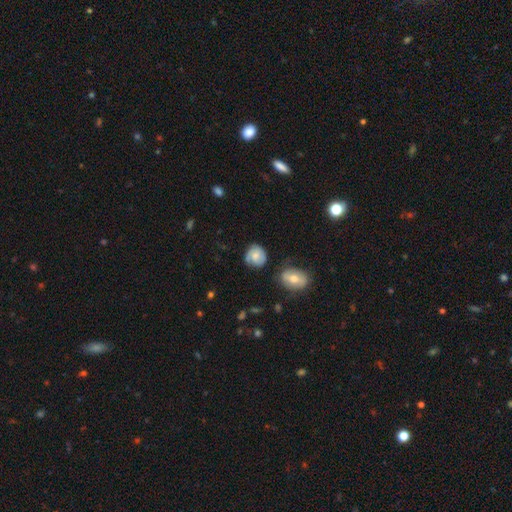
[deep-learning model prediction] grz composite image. It shows a smooth galaxy with no disk features (60%) that is round (74%). Merging: none (64%).